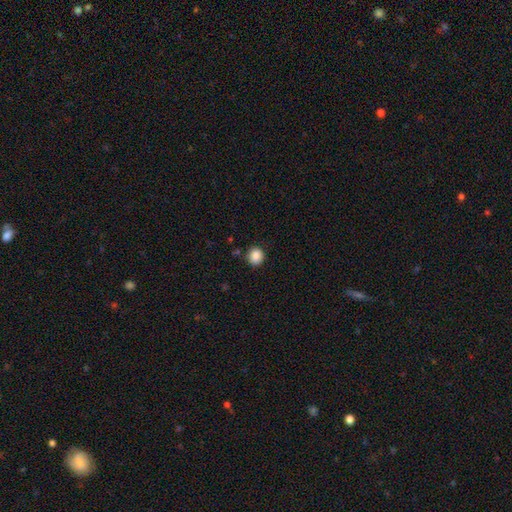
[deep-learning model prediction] Morphology: type=smooth (87%); roundness=round (85%); merging=none (87%).